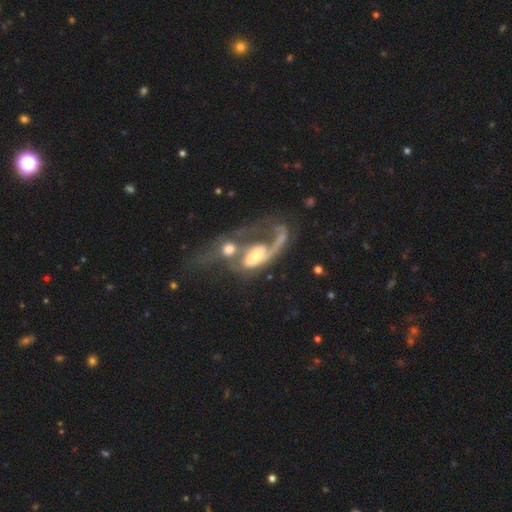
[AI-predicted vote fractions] Smooth or featured?
  - featured or disk: 74% *
  - smooth: 19%
  - star or artifact: 7%
Edge-on disk?
  - no: 94% *
  - yes: 6%
Bar?
  - no: 59% *
  - weak: 30%
  - strong: 11%
Spiral arms?
  - yes: 76% *
  - no: 24%
Spiral winding?
  - loose: 52% *
  - medium: 30%
  - tight: 17%
Spiral arm count?
  - 1: 62% *
  - 2: 22%
  - can't tell: 12%
  - 3: 2%
  - 4: 1%
  - more than 4: 1%
Bulge size?
  - moderate: 51% *
  - small: 28%
  - large: 13%
  - none: 5%
  - dominant: 2%
Merging?
  - merger: 66% *
  - major disturbance: 19%
  - none: 10%
  - minor disturbance: 5%